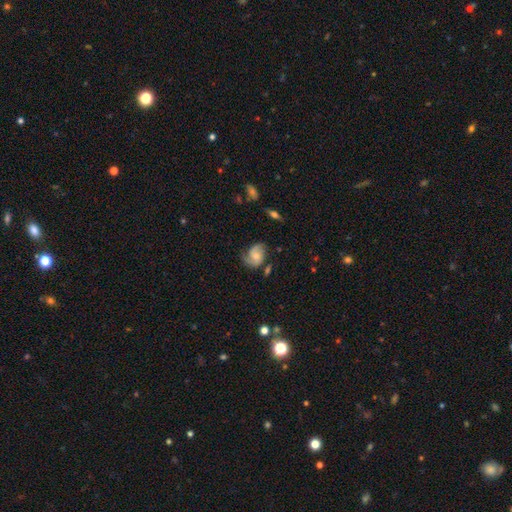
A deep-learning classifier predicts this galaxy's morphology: A featured or disk galaxy (66%) with no bar (64%), 2 (64%) medium (43%) spiral arms (92%) and a moderate central bulge (43%, tied with small).

Vote fractions:
- Smooth or featured? featured or disk: 66% / smooth: 26% / star or artifact: 8%
- Edge-on disk? no: 97% / yes: 3%
- Bar? no: 64% / weak: 30% / strong: 5%
- Spiral arms? yes: 92% / no: 8%
- Spiral winding? medium: 43% / tight: 31% / loose: 26%
- Spiral arm count? 2: 64% / 1: 21% / can't tell: 10% / 3: 3% / 4: 1% / more than 4: 1%
- Bulge size? moderate: 43% (tied) / small: 43% (tied) / none: 8% / large: 4% / dominant: 1%
- Merging? none: 56% / minor disturbance: 26% / major disturbance: 14% / merger: 3%